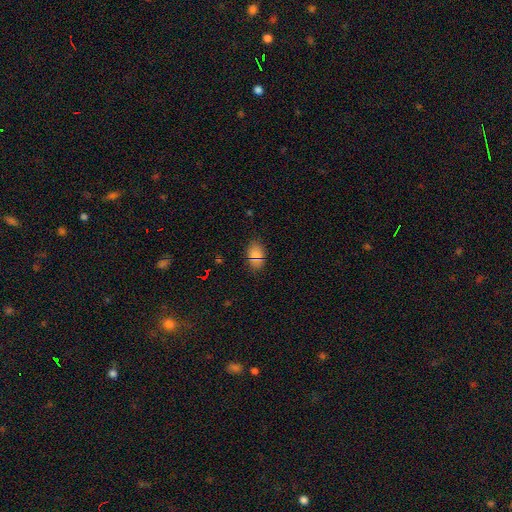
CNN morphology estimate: type=smooth (75%); roundness=in between (86%); merging=none (85%).